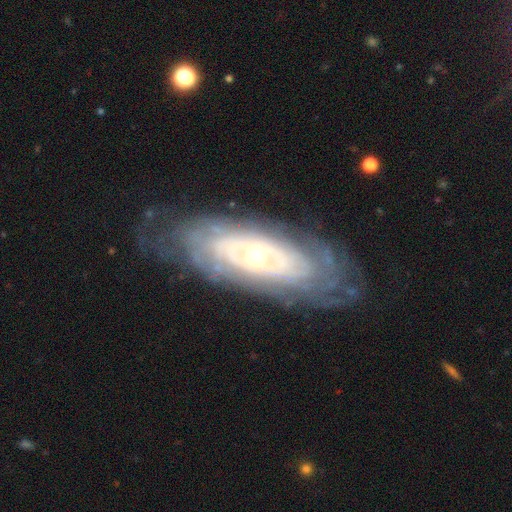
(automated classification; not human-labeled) Q: Smooth or featured?
A: featured or disk (84%); runner-up: smooth (11%)
Q: Edge-on disk?
A: no (86%); runner-up: yes (14%)
Q: Bar?
A: no (71%); runner-up: weak (19%)
Q: Spiral arms?
A: yes (81%); runner-up: no (19%)
Q: Spiral winding?
A: tight (80%); runner-up: medium (15%)
Q: Spiral arm count?
A: can't tell (61%); runner-up: 2 (12%)
Q: Bulge size?
A: moderate (63%); runner-up: small (26%)
Q: Merging?
A: none (77%); runner-up: minor disturbance (15%)